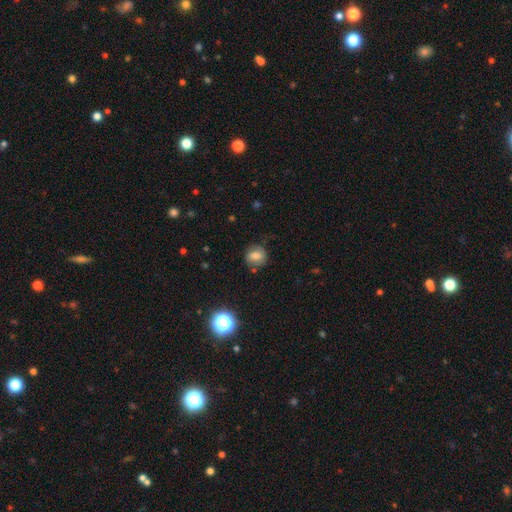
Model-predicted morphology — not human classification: A smooth galaxy with no disk features (72%) that is round (69%). Merging: none (75%).